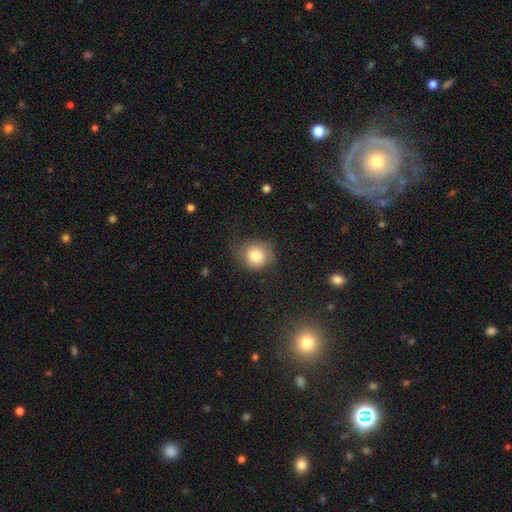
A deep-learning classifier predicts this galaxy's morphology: Smooth or featured? Predicted: smooth (p=0.79). How rounded? Predicted: round (p=0.82). Merging? Predicted: none (p=0.62).